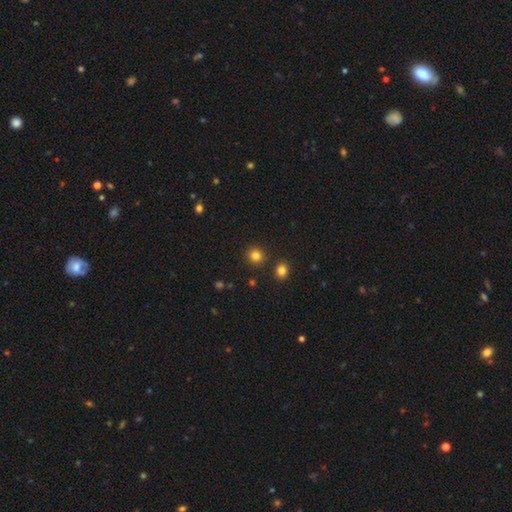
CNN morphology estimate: type=smooth (82%); roundness=round (90%); merging=none (88%).